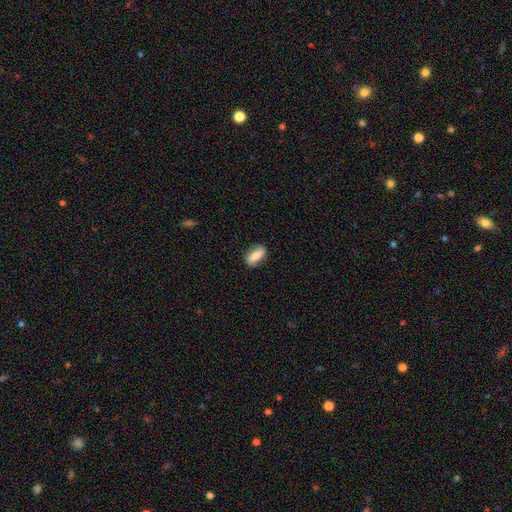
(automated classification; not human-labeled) A smooth galaxy with no disk features (75%) that is in between round and cigar-shaped (82%). Merging: none (82%).